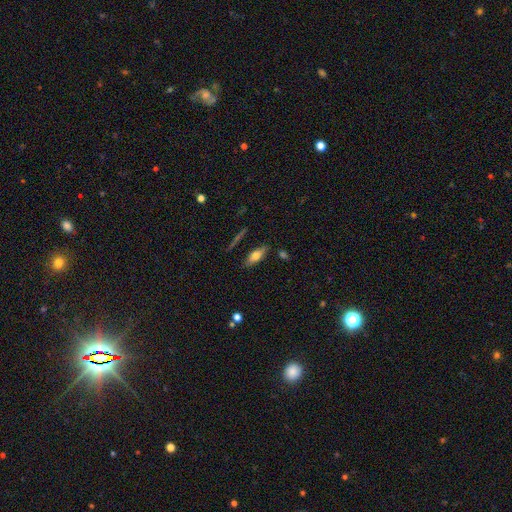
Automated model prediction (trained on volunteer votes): smooth-or-featured: smooth: 61% | featured or disk: 31% | star or artifact: 8%
  how-rounded: in between: 66% | cigar-shaped: 31% | round: 3%
  merging: none: 82% | minor disturbance: 12% | merger: 3% | major disturbance: 3%